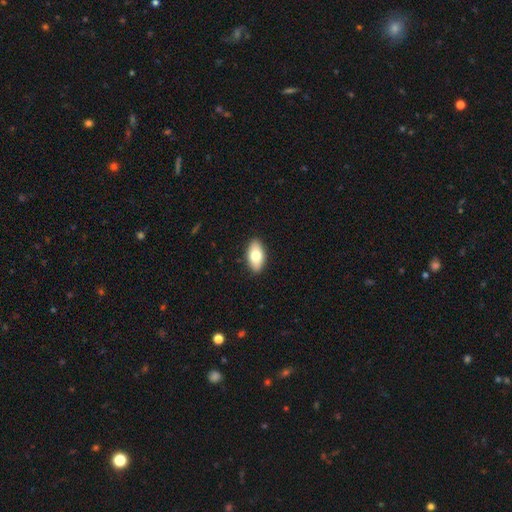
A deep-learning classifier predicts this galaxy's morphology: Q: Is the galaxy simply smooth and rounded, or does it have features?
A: smooth — 75%.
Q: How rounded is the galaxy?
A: in between — 92%.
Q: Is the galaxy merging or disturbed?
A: none — 90%.